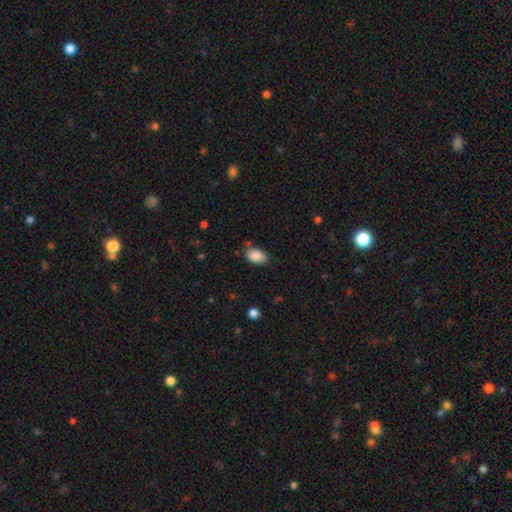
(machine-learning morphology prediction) This appears to be a smooth galaxy with no disk features (87%) that is in between round and cigar-shaped (89%). Merging: none (70%).